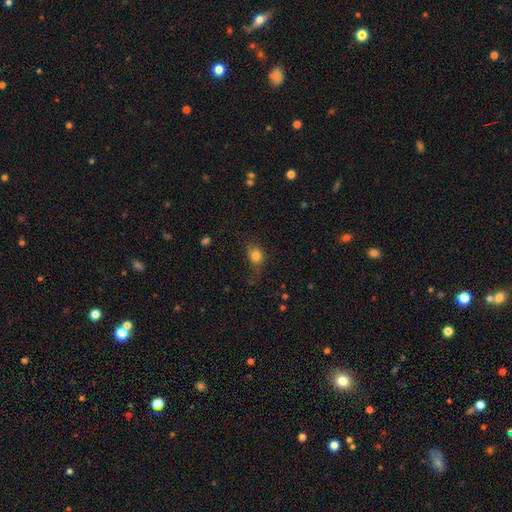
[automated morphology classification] This is likely a smooth galaxy (79%). How rounded: possibly round (57%). Merging: likely none (64%).